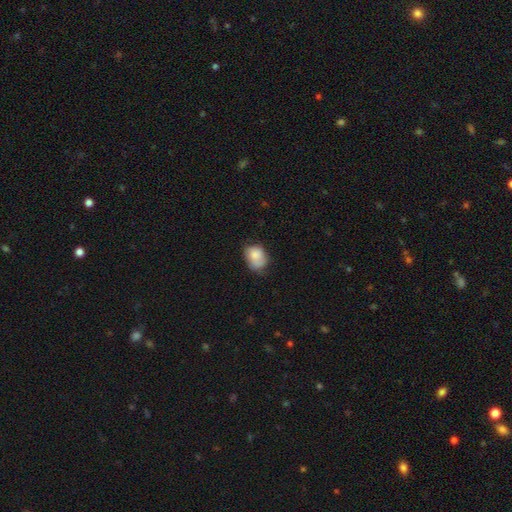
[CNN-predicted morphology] A smooth galaxy with no disk features (78%) that is in between round and cigar-shaped (59%).

Vote fractions:
- Smooth or featured? smooth: 78% / featured or disk: 15% / star or artifact: 8%
- How rounded? in between: 59% / round: 40% / cigar-shaped: 1%
- Merging? none: 48% / minor disturbance: 37% / major disturbance: 12% / merger: 3%